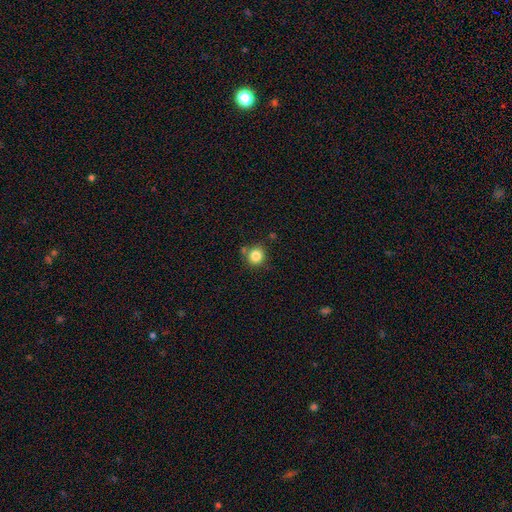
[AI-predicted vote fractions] Smooth or featured: smooth — 84% (star or artifact — 11%)
How rounded: round — 91% (in between — 8%)
Merging: none — 76% (minor disturbance — 11%)